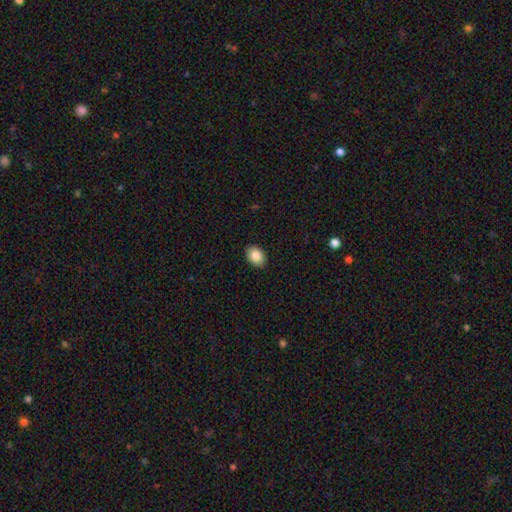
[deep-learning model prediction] Smooth or featured? Predicted: smooth (p=0.85). How rounded? Predicted: in between (p=0.74). Merging? Predicted: none (p=0.89).